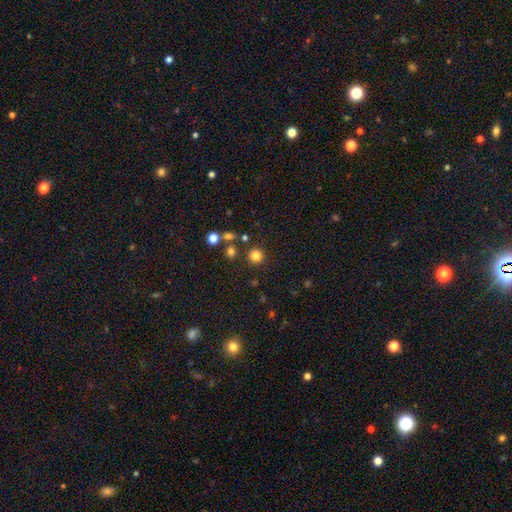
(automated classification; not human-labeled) Morphology: type=smooth (82%); roundness=round (94%); merging=none (86%).